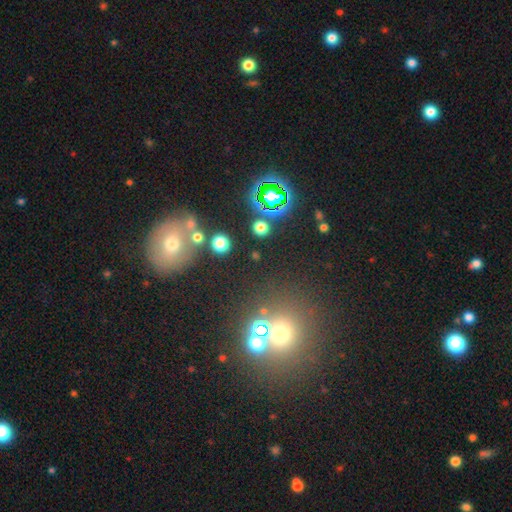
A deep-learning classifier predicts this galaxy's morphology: A smooth galaxy with no disk features (46%).

Vote fractions:
- Smooth or featured? smooth: 46% / star or artifact: 43% / featured or disk: 11%
- Merging? none: 74% / merger: 12% / minor disturbance: 9% / major disturbance: 5%